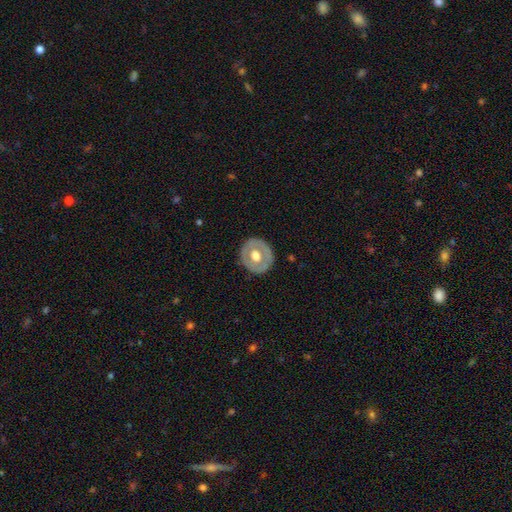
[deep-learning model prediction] Smooth or featured? featured or disk (49%)
Merging? none (84%)